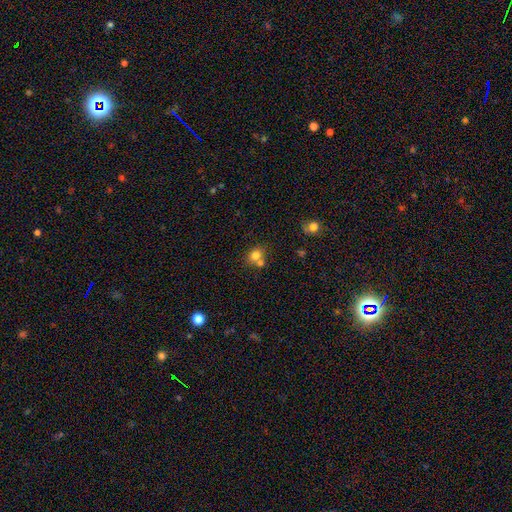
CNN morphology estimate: Smooth or featured: smooth — 77% (star or artifact — 13%)
How rounded: round — 73% (in between — 26%)
Merging: none — 50% (merger — 37%)